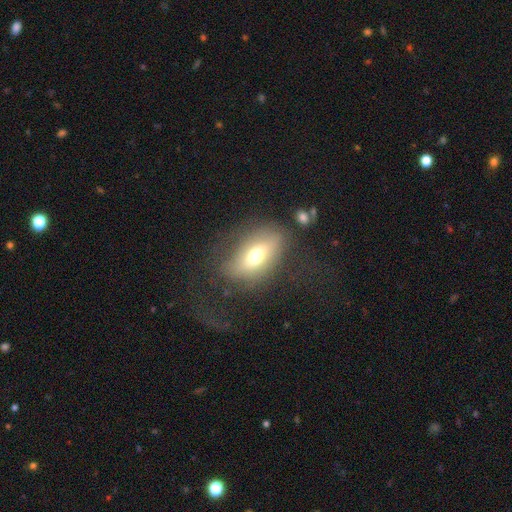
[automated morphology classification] A smooth galaxy with no disk features (62%) that is in between round and cigar-shaped (84%).

Vote fractions:
- Smooth or featured? smooth: 62% / featured or disk: 29% / star or artifact: 9%
- How rounded? in between: 84% / round: 10% / cigar-shaped: 6%
- Merging? none: 52% / major disturbance: 24% / minor disturbance: 20% / merger: 3%